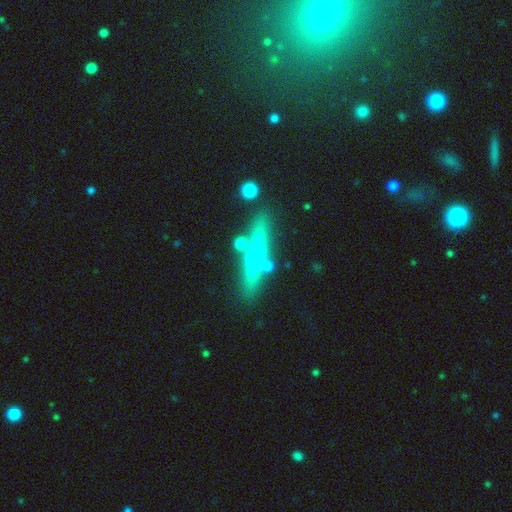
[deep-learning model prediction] A featured or disk galaxy (62%) viewed edge-on (92%) with a rounded central bulge (91%). Merging: none (78%).